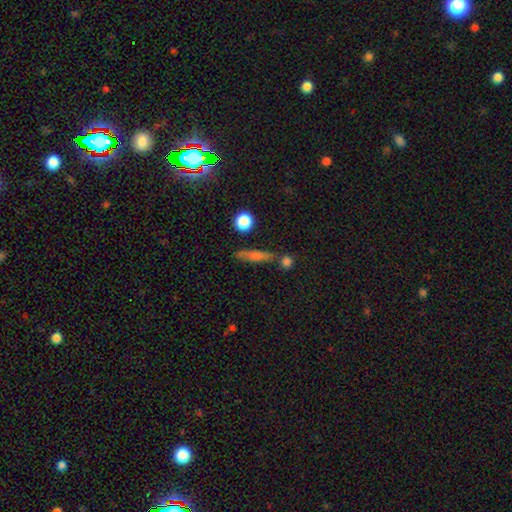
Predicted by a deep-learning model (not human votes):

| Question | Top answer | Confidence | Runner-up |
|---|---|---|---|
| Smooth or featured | smooth | 54% | featured or disk (29%) |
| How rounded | cigar-shaped | 76% | in between (17%) |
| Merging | none | 74% | minor disturbance (12%) |